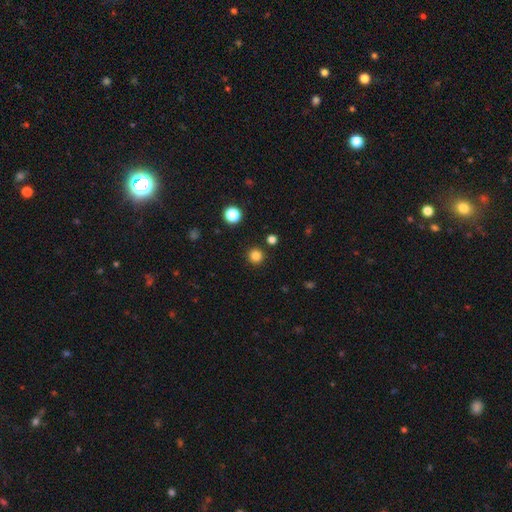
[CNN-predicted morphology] Overall: smooth (83%). How rounded: round (95%). Merging: none (91%).